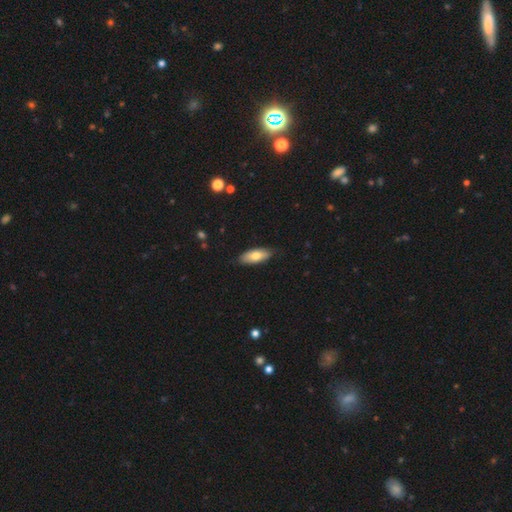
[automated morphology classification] smooth_or_featured: smooth (p=0.73) [alt: featured or disk p=0.21]
how_rounded: in between (p=0.80) [alt: cigar-shaped p=0.17]
merging: none (p=0.83) [alt: minor disturbance p=0.14]